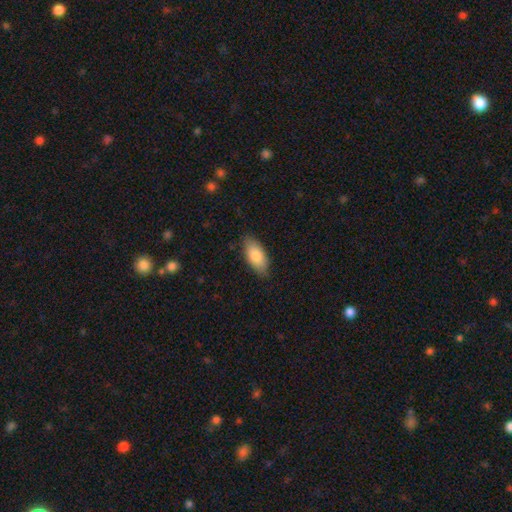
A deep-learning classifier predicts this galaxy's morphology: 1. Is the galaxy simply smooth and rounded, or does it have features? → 83% smooth, 11% featured or disk, 6% star or artifact.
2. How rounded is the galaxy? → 89% in between, 9% cigar-shaped, 2% round.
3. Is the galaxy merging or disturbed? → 83% none, 13% minor disturbance, 2% major disturbance, 1% merger.